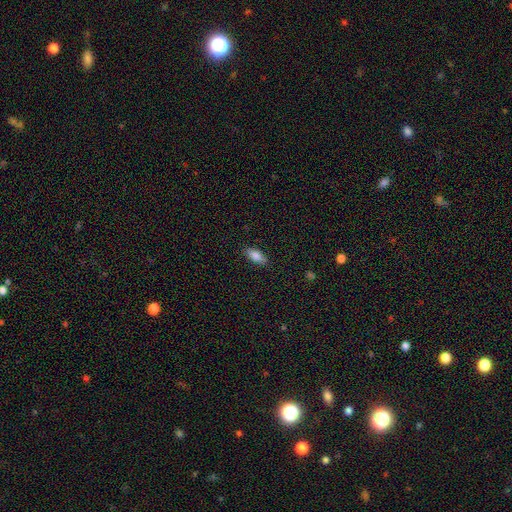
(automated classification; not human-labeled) This appears to be a smooth galaxy with no disk features (85%) that is in between round and cigar-shaped (83%). Merging: none (85%).